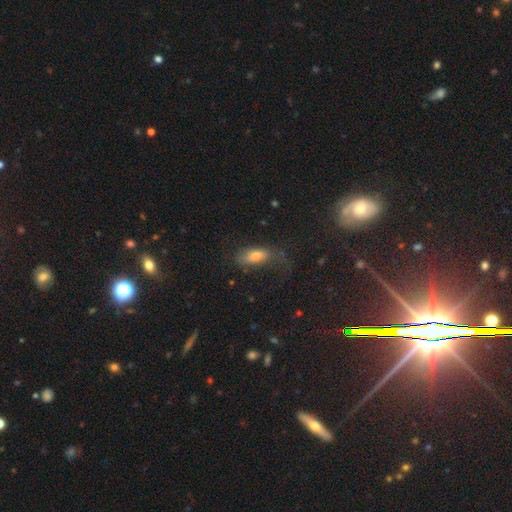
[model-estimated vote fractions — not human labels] A smooth galaxy with no disk features (65%) that is in between round and cigar-shaped (79%). Merging: none (45%).